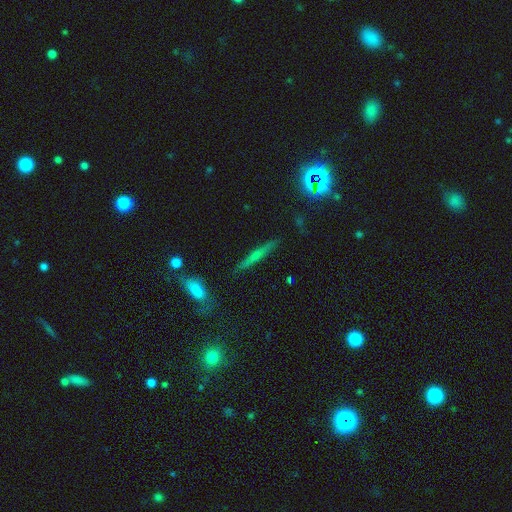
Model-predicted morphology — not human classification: smooth-or-featured: featured or disk: 51% | smooth: 37% | star or artifact: 12%
  disk-edge-on: yes: 95% | no: 5%
  merging: none: 86% | minor disturbance: 9% | major disturbance: 2% | merger: 2%